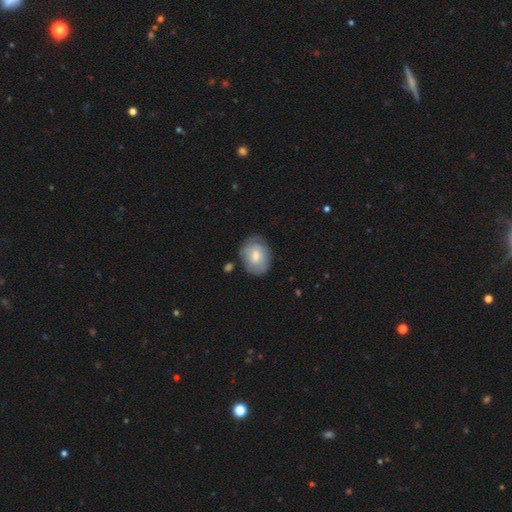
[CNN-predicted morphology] Smooth or featured?
  - smooth: 65% *
  - featured or disk: 29%
  - star or artifact: 6%
How rounded?
  - in between: 62% *
  - round: 37%
  - cigar-shaped: 1%
Merging?
  - none: 71% *
  - minor disturbance: 21%
  - major disturbance: 5%
  - merger: 3%